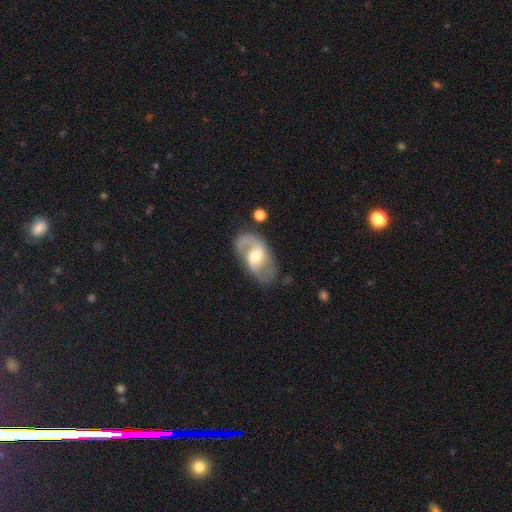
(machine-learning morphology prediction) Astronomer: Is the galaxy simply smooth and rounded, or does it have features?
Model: featured or disk — 80%.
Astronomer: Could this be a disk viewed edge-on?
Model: no — 96%.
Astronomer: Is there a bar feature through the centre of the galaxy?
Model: weak — 46% (runner-up: no, 38%).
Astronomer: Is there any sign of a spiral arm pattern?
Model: yes — 91%.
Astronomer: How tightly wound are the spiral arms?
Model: medium — 49% (runner-up: loose, 37%).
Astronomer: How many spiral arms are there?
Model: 2 — 87%.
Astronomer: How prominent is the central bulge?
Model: moderate — 65%.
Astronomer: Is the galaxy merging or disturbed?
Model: none — 74%.